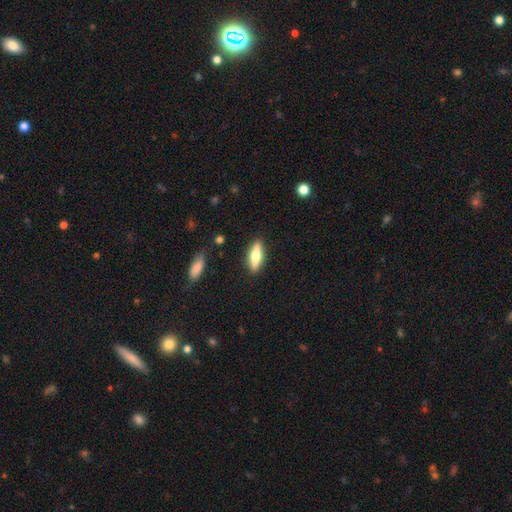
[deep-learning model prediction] This is possibly a smooth galaxy (52%). How rounded: possibly cigar-shaped (55%). Merging: clearly none (88%).